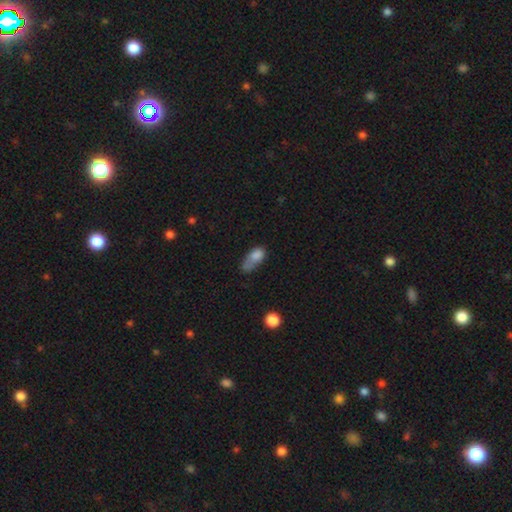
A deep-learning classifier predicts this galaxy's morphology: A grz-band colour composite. It shows a smooth galaxy with no disk features (76%) that is in between round and cigar-shaped (80%). Merging: minor disturbance (31%).